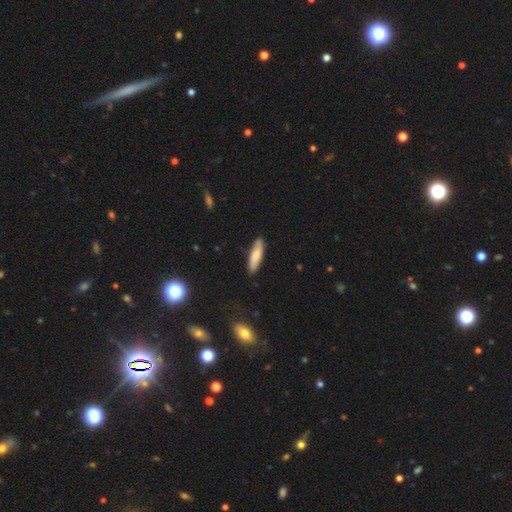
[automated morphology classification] smooth_or_featured: smooth (p=0.77) [alt: featured or disk p=0.17]
how_rounded: cigar-shaped (p=0.69) [alt: in between p=0.29]
merging: none (p=0.87) [alt: minor disturbance p=0.10]